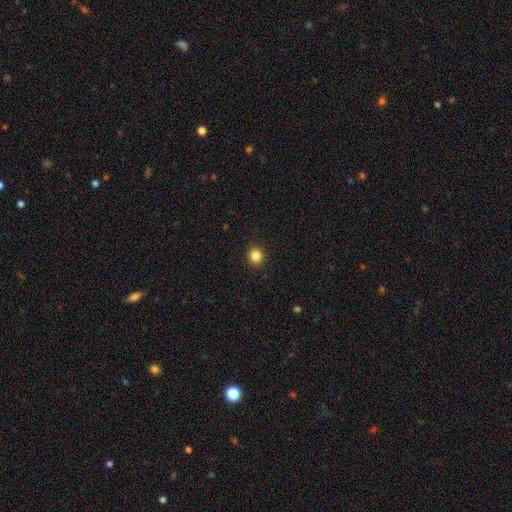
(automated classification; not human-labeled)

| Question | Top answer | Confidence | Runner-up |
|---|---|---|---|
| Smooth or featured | smooth | 85% | star or artifact (11%) |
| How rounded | round | 80% | in between (19%) |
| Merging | none | 92% | minor disturbance (5%) |